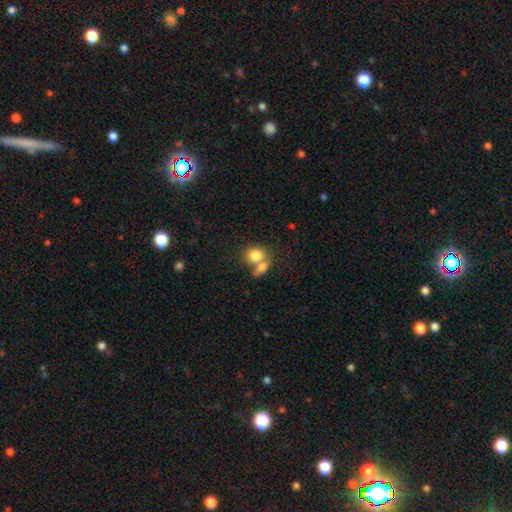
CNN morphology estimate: Smooth or featured? Predicted: smooth (p=0.79). How rounded? Predicted: round (p=0.59). Merging? Predicted: merger (p=0.56).